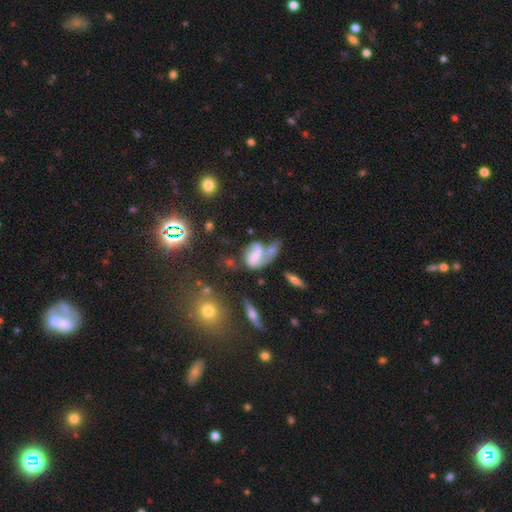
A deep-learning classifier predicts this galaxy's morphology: smooth_or_featured: featured or disk (p=0.53) [alt: smooth p=0.34]
disk_edge_on: no (p=0.94) [alt: yes p=0.06]
bar: no (p=0.38) [alt: weak p=0.33]
has_spiral_arms: yes (p=0.69) [alt: no p=0.31]
bulge_size: none (p=0.46) [alt: moderate p=0.18]
merging: merger (p=0.30) [tied with: major disturbance p=0.30]